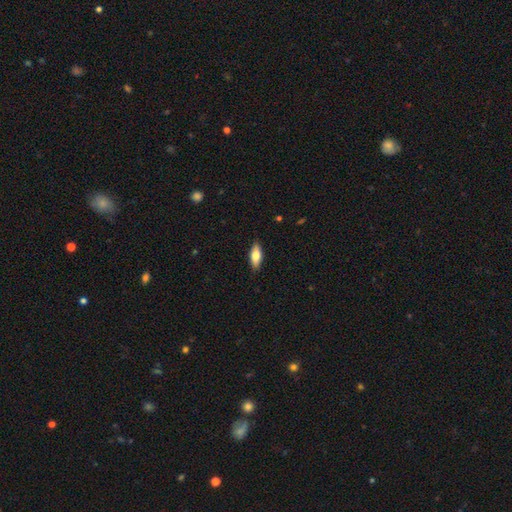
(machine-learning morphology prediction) smooth-or-featured: smooth: 73% | featured or disk: 21% | star or artifact: 6%
  how-rounded: in between: 73% | cigar-shaped: 25% | round: 2%
  merging: none: 87% | minor disturbance: 10% | major disturbance: 2% | merger: 1%